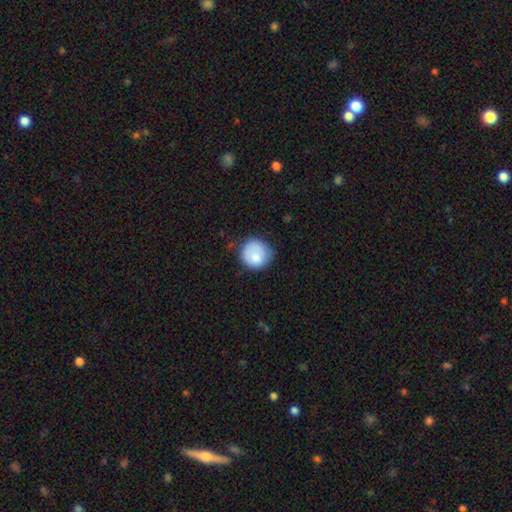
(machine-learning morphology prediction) Q: Smooth or featured?
A: smooth (80%); runner-up: featured or disk (12%)
Q: How rounded?
A: round (90%); runner-up: in between (9%)
Q: Merging?
A: none (66%); runner-up: minor disturbance (25%)